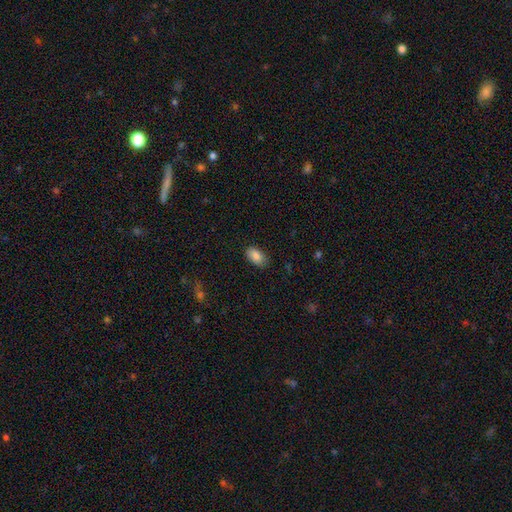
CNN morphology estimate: This appears to be a smooth galaxy with no disk features (87%) that is in between round and cigar-shaped (93%). Merging: none (83%).